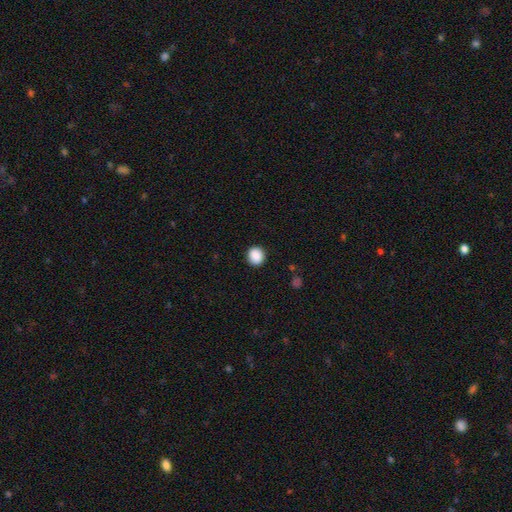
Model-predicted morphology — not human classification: A smooth galaxy with no disk features (89%) that is round (87%).

Vote fractions:
- Smooth or featured? smooth: 89% / star or artifact: 9% / featured or disk: 2%
- How rounded? round: 87% / in between: 12% / cigar-shaped: 1%
- Merging? none: 91% / minor disturbance: 6% / major disturbance: 2% / merger: 1%